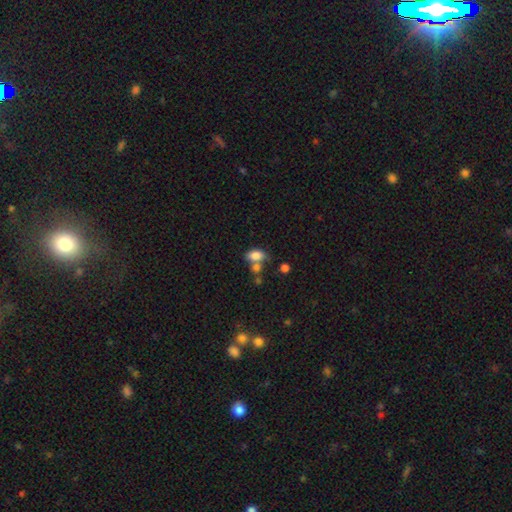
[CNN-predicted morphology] Smooth or featured? Predicted: smooth (p=0.80). How rounded? Predicted: in between (p=0.88). Merging? Predicted: none (p=0.43).